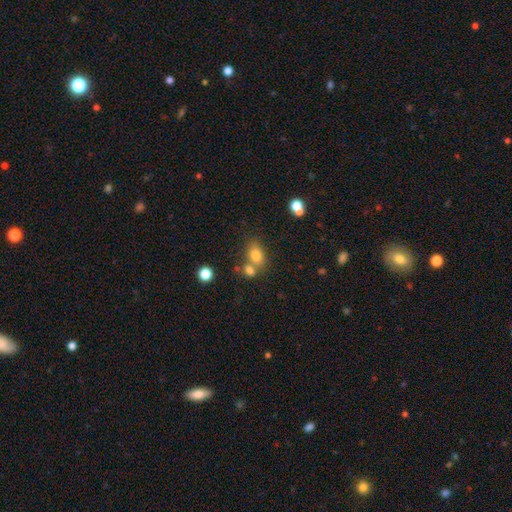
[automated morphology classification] A smooth galaxy with no disk features (77%) that is in between round and cigar-shaped (69%). Merging: none (49%).